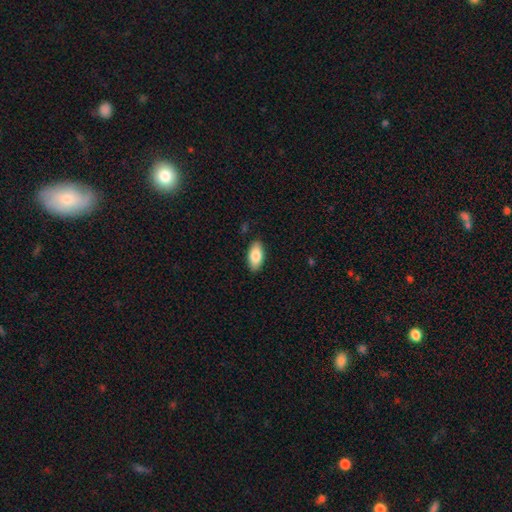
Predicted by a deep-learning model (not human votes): Smooth or featured: smooth — 83% (featured or disk — 10%)
How rounded: in between — 91% (cigar-shaped — 6%)
Merging: none — 87% (minor disturbance — 10%)